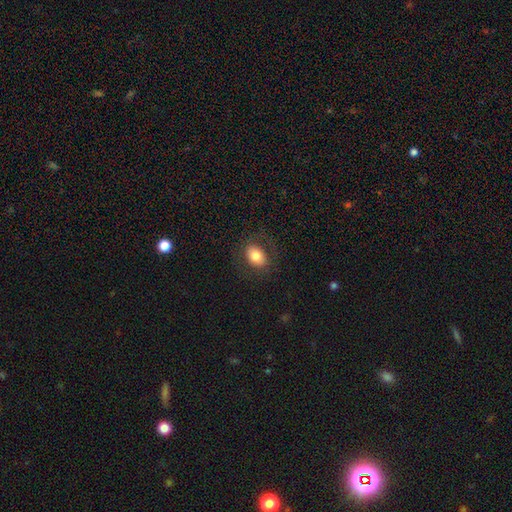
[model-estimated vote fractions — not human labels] Q: Smooth or featured?
A: smooth (79%); runner-up: featured or disk (12%)
Q: How rounded?
A: in between (73%); runner-up: round (26%)
Q: Merging?
A: none (83%); runner-up: minor disturbance (11%)